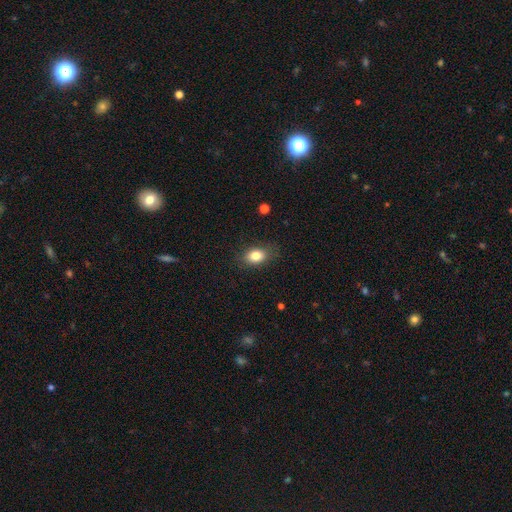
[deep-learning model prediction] A smooth galaxy with no disk features (82%) that is in between round and cigar-shaped (77%). Merging: none (82%).